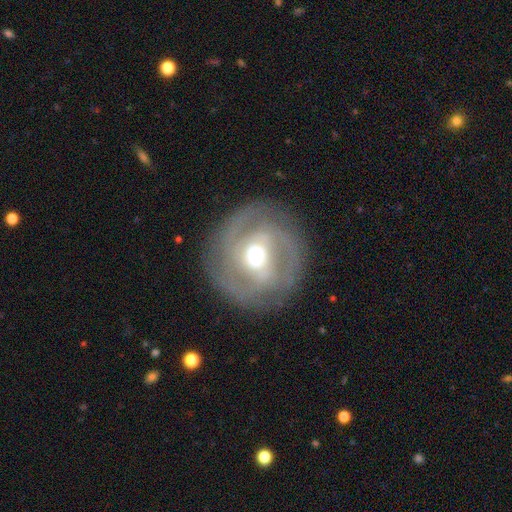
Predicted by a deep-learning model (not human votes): A featured or disk galaxy (77%) with no bar (62%), 2 (41%) tight (57%) spiral arms (86%) and a moderate central bulge (43%). Merging: none (79%).